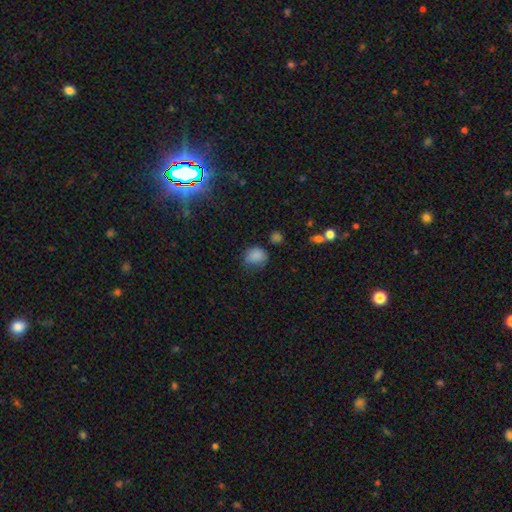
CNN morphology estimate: Smooth or featured? smooth (81%)
How rounded? round (57%)
Merging? none (50%)